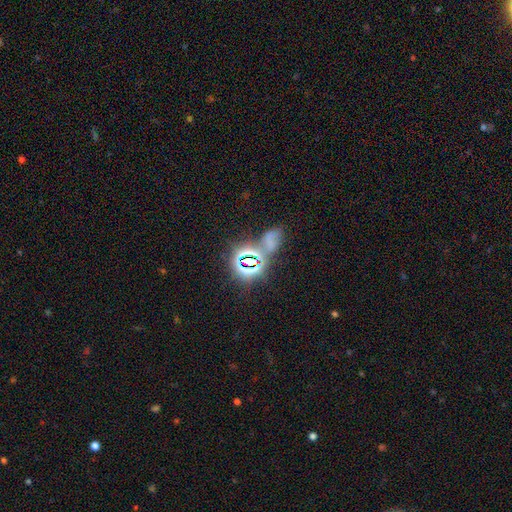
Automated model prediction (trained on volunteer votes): This is possibly a star or artifact rather than a galaxy (48%).